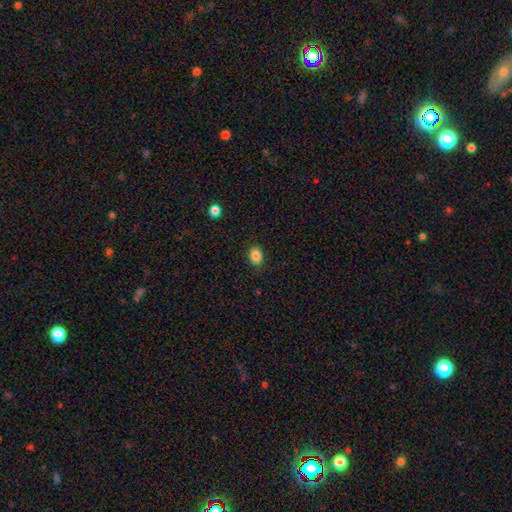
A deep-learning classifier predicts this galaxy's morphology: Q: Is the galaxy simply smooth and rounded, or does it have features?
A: smooth — 86%.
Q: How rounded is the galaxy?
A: in between — 61%.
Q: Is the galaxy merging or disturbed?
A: none — 87%.